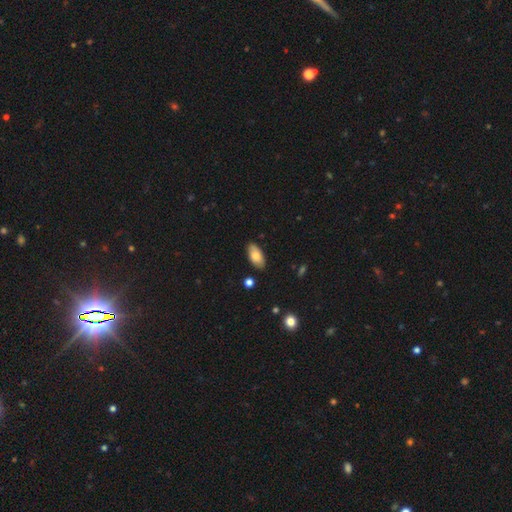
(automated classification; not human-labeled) Q: Smooth or featured?
A: smooth (78%); runner-up: featured or disk (15%)
Q: How rounded?
A: in between (92%); runner-up: cigar-shaped (5%)
Q: Merging?
A: none (85%); runner-up: minor disturbance (12%)